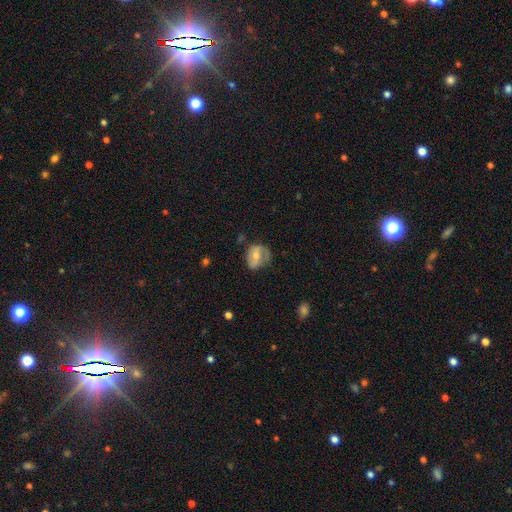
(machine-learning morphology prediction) This is possibly a featured or disk galaxy (52%). It is clearly not viewed edge-on (96%). Merging: possibly none (49%).